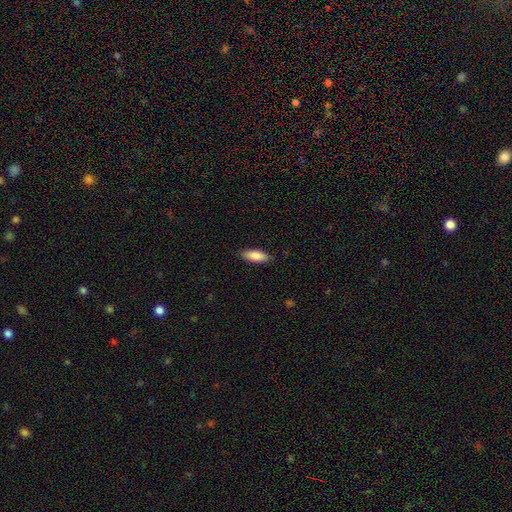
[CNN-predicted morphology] The model was most divided on "how rounded": in between: 69%, cigar-shaped: 29%, round: 2%. More confident: merging — none (87%); smooth or featured — smooth (86%).